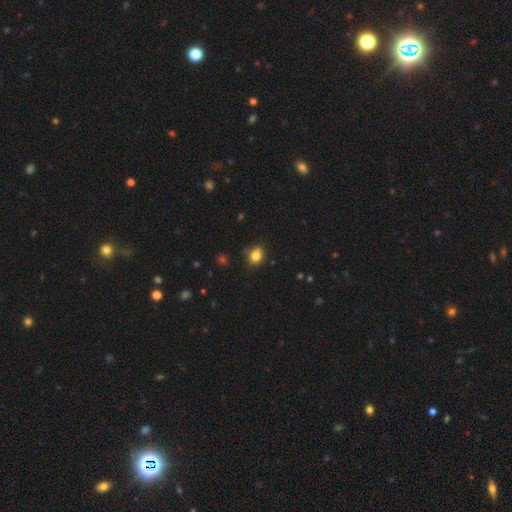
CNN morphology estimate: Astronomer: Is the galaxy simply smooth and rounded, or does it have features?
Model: smooth — 82%.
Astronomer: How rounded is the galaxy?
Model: in between — 60% (runner-up: round, 39%).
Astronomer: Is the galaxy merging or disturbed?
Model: none — 75%.